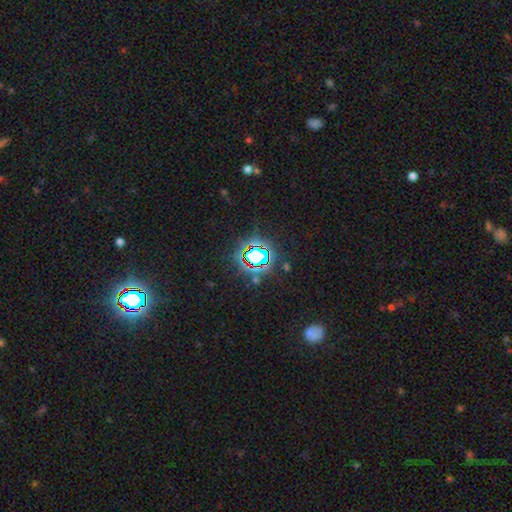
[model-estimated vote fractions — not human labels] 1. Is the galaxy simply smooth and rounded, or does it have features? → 81% star or artifact, 11% smooth, 9% featured or disk.